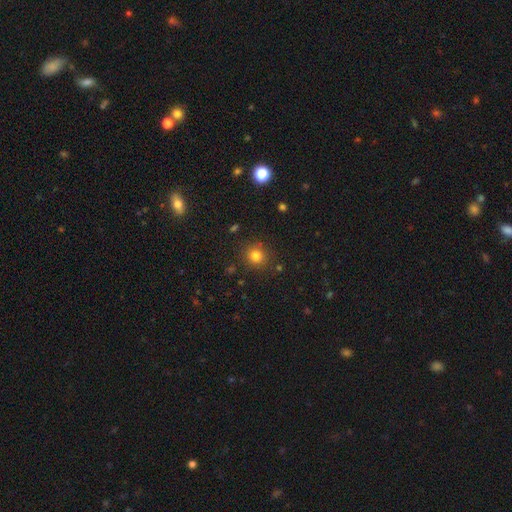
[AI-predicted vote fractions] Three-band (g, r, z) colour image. It shows a smooth galaxy with no disk features (79%) that is round (89%). Merging: none (87%).